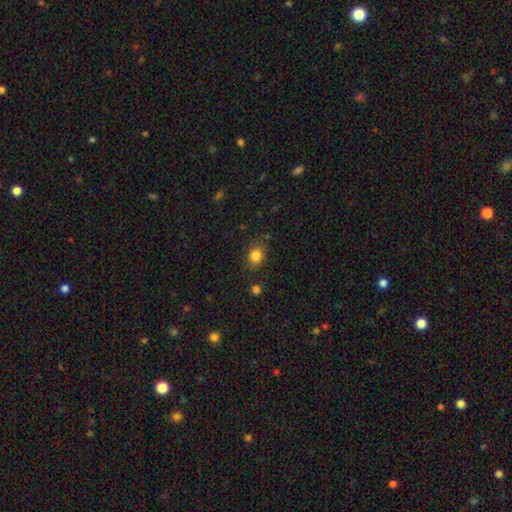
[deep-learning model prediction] A smooth galaxy with no disk features (83%) that is round (60%). Merging: none (80%).